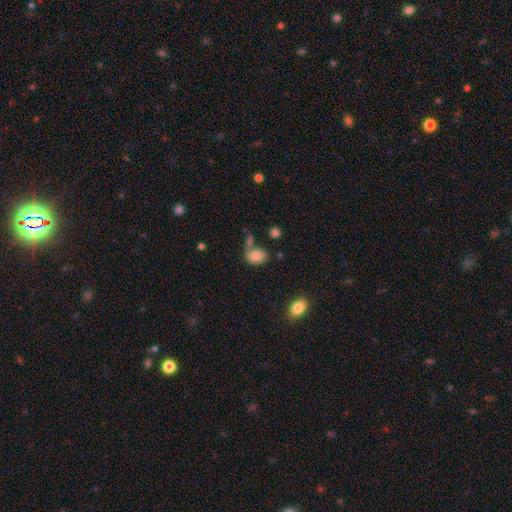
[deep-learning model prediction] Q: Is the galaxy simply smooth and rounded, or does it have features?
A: smooth — 83%.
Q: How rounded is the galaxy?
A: in between — 70%.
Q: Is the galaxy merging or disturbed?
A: none — 49%.